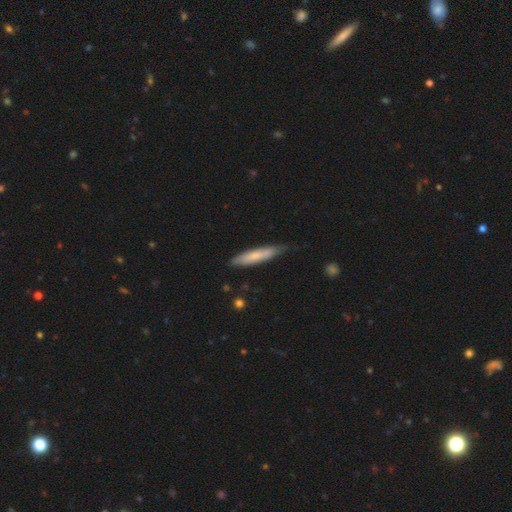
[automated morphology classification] Q: Smooth or featured?
A: smooth (66%); runner-up: featured or disk (28%)
Q: How rounded?
A: cigar-shaped (88%); runner-up: in between (11%)
Q: Merging?
A: none (73%); runner-up: minor disturbance (23%)